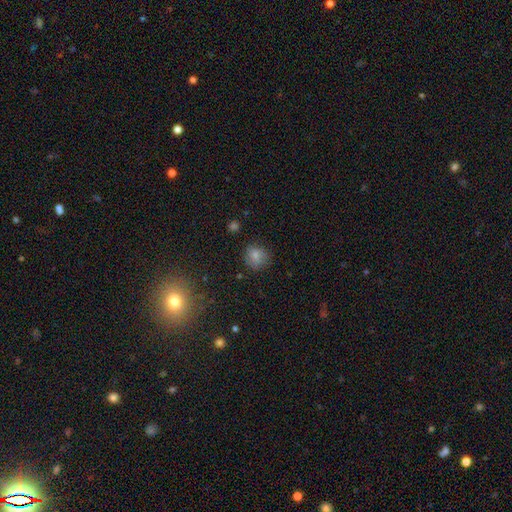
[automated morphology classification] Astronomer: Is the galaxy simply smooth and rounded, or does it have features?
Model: smooth — 77%.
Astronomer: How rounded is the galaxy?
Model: round — 80%.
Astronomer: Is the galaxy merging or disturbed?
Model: none — 75%.